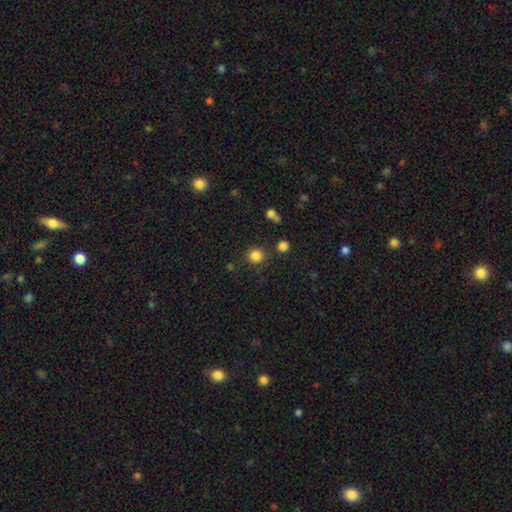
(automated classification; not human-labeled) Q: Smooth or featured?
A: smooth (83%); runner-up: star or artifact (13%)
Q: How rounded?
A: round (92%); runner-up: in between (7%)
Q: Merging?
A: none (83%); runner-up: minor disturbance (8%)